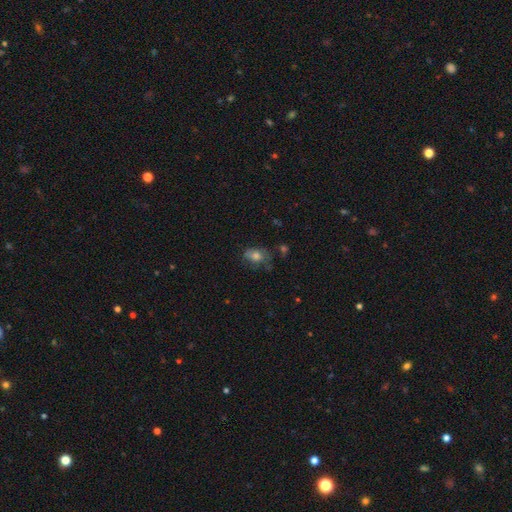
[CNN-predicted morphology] Smooth or featured? Predicted: smooth (p=0.58). How rounded? Predicted: in between (p=0.68). Merging? Predicted: none (p=0.50).